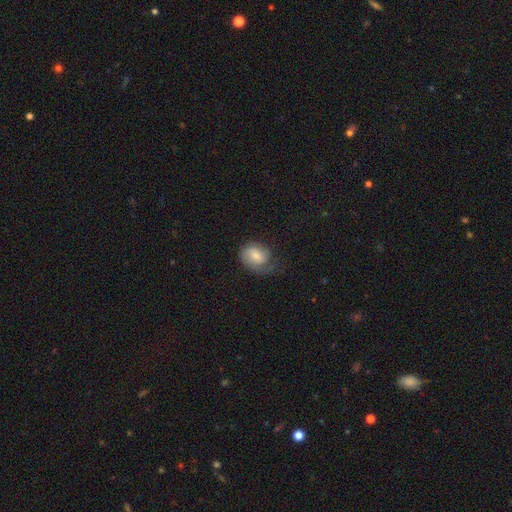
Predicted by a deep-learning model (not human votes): Overall: smooth (47%; featured or disk 45%). Merging: none (47%; minor disturbance 29%).